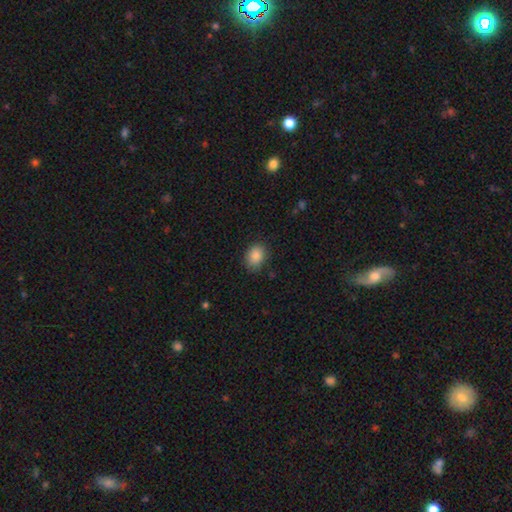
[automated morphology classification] smooth 87%, star or artifact 9%, featured or disk 5%. Down the decision tree: how rounded — in between (63%); merging — none (79%).